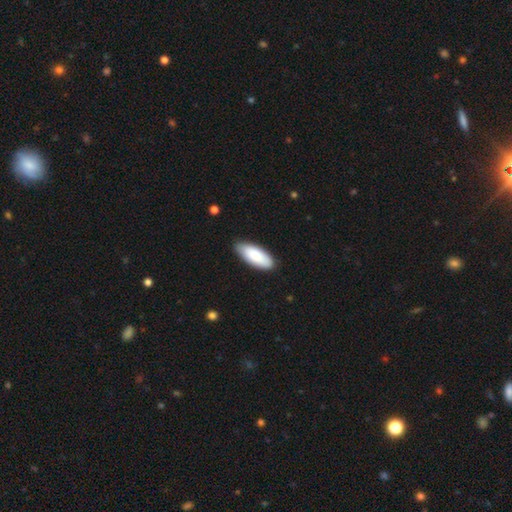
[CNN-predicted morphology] Smooth or featured? Predicted: smooth (p=0.84). How rounded? Predicted: in between (p=0.81). Merging? Predicted: none (p=0.84).